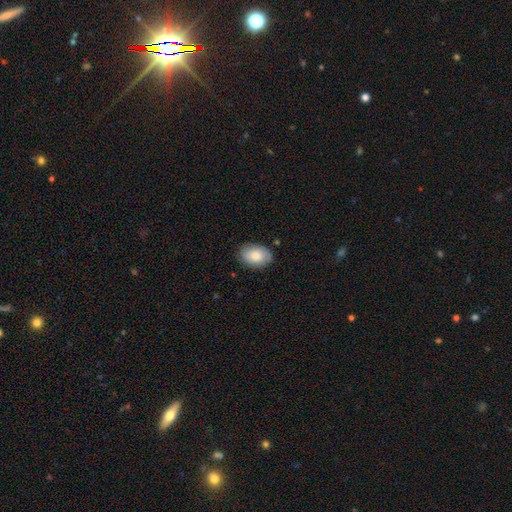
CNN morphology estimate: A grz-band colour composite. It shows a smooth galaxy with no disk features (84%) that is in between round and cigar-shaped (85%). Merging: none (82%).